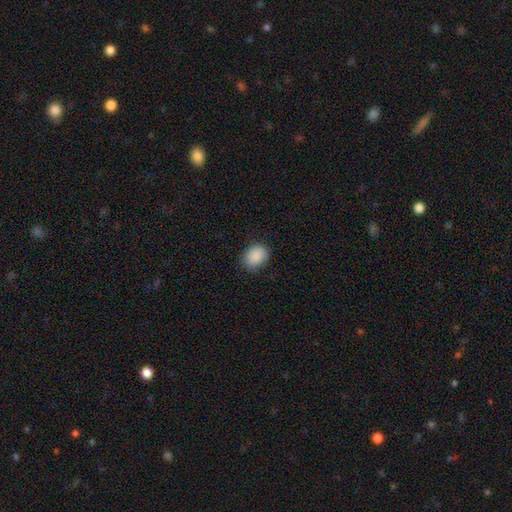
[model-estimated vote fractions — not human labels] A smooth galaxy with no disk features (89%) that is in between round and cigar-shaped (66%). Merging: none (79%).